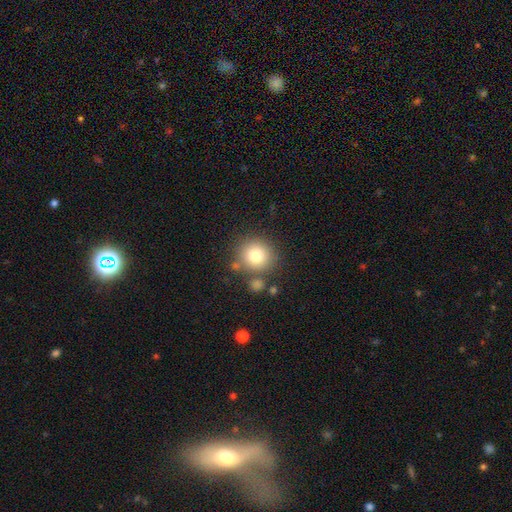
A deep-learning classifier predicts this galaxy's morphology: This is likely a smooth galaxy (80%). How rounded: clearly round (89%). Merging: likely none (77%).